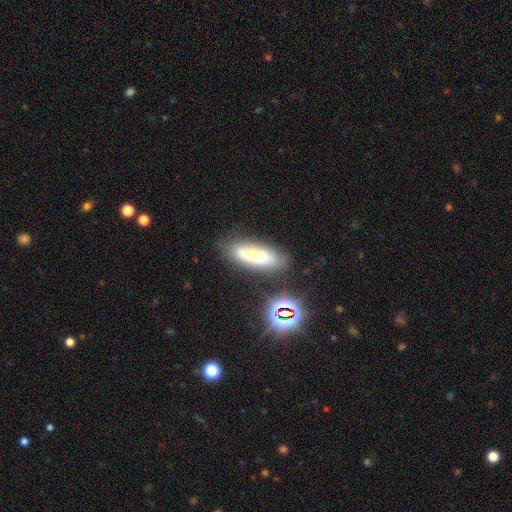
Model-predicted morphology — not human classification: smooth_or_featured: smooth (p=0.52) [alt: featured or disk p=0.33]
how_rounded: in between (p=0.53) [alt: cigar-shaped p=0.44]
merging: none (p=0.65) [alt: minor disturbance p=0.20]